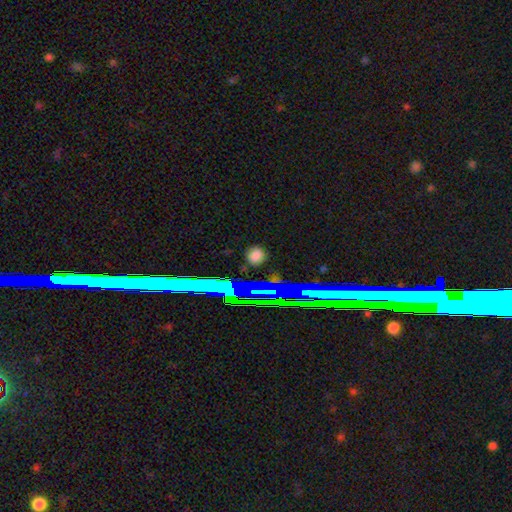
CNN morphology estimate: Q: Smooth or featured?
A: smooth (74%); runner-up: star or artifact (17%)
Q: How rounded?
A: round (83%); runner-up: in between (14%)
Q: Merging?
A: none (86%); runner-up: minor disturbance (10%)